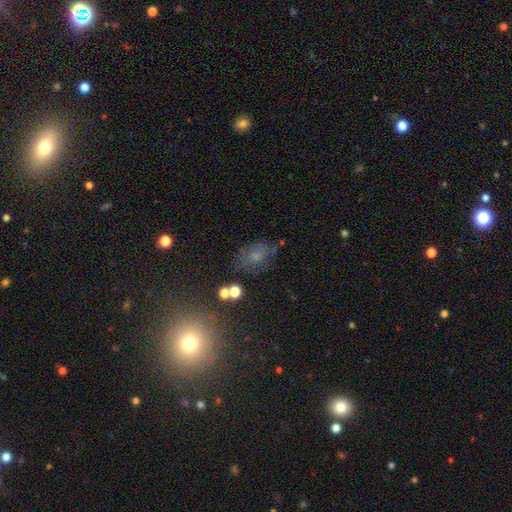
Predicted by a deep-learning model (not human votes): Smooth or featured?
  - smooth: 57% *
  - star or artifact: 23%
  - featured or disk: 20%
How rounded?
  - in between: 71% *
  - round: 27%
  - cigar-shaped: 2%
Merging?
  - none: 62% *
  - minor disturbance: 21%
  - major disturbance: 11%
  - merger: 6%